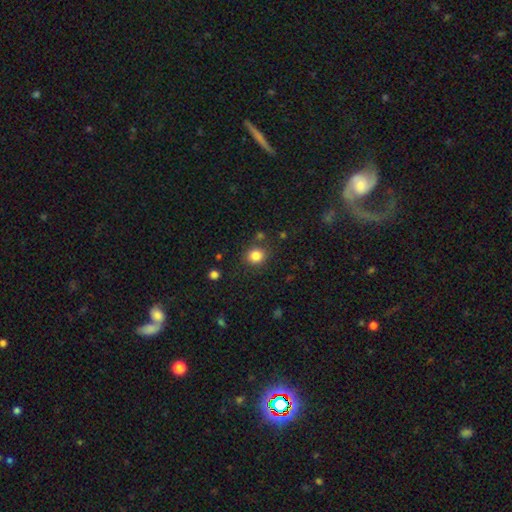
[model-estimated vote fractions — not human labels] Smooth or featured: smooth — 84% (star or artifact — 12%)
How rounded: round — 85% (in between — 14%)
Merging: none — 84% (minor disturbance — 9%)